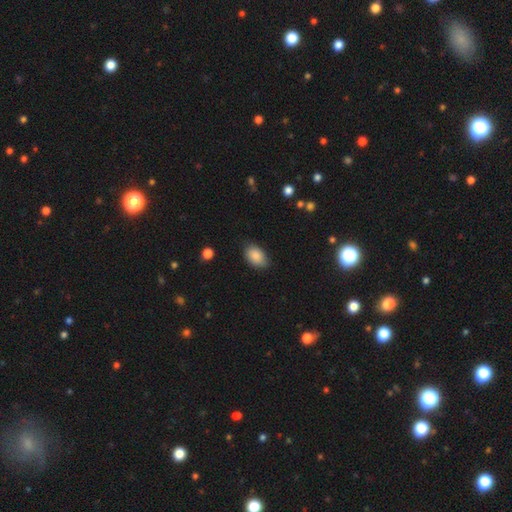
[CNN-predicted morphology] This appears to be a smooth galaxy with no disk features (88%) that is in between round and cigar-shaped (90%). Merging: none (79%).